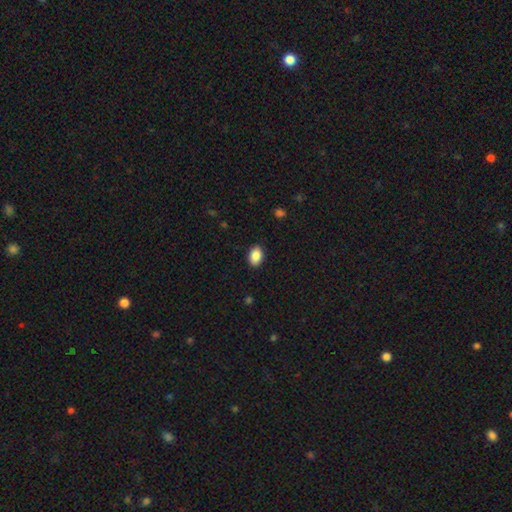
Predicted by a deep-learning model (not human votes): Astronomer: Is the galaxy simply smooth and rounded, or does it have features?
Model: smooth — 87%.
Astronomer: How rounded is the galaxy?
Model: in between — 87%.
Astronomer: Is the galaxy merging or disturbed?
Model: none — 89%.